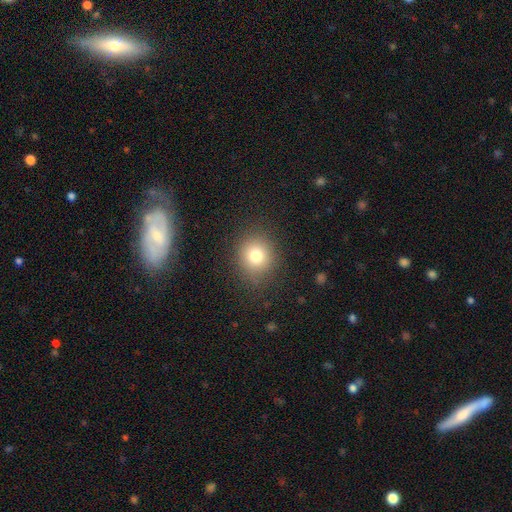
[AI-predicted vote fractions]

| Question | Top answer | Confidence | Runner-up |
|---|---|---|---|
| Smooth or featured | smooth | 78% | star or artifact (13%) |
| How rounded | round | 80% | in between (19%) |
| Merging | none | 85% | minor disturbance (10%) |